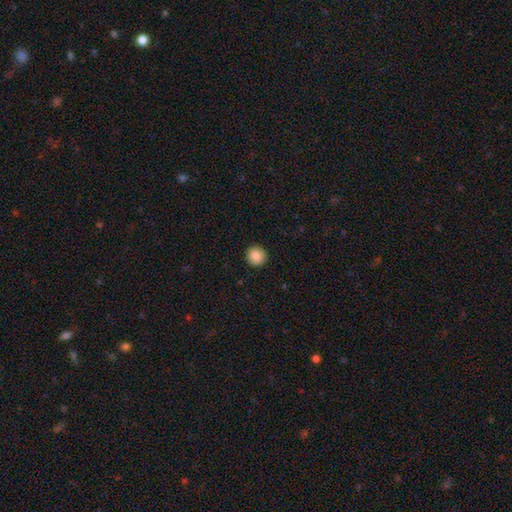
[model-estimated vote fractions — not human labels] The model was most divided on "smooth or featured": smooth: 86%, star or artifact: 8%, featured or disk: 6%. More confident: how rounded — round (93%); merging — none (93%).